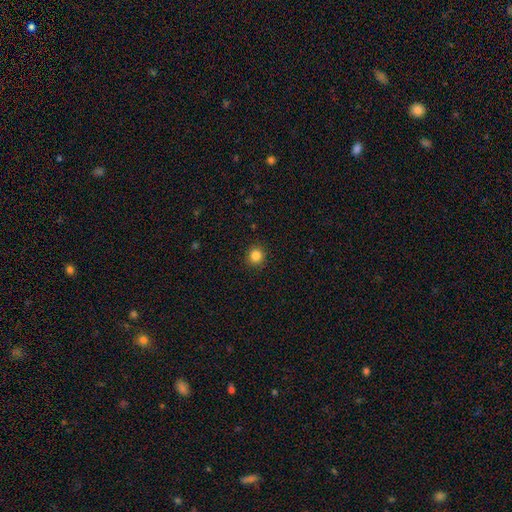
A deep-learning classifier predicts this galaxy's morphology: Smooth or featured: smooth — 85% (star or artifact — 11%)
How rounded: round — 91% (in between — 8%)
Merging: none — 92% (minor disturbance — 6%)